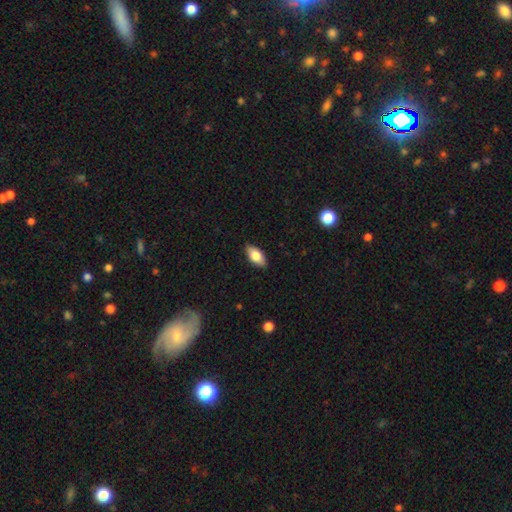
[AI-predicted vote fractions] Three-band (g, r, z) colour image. It shows a smooth galaxy with no disk features (79%) that is in between round and cigar-shaped (91%). Merging: none (89%).